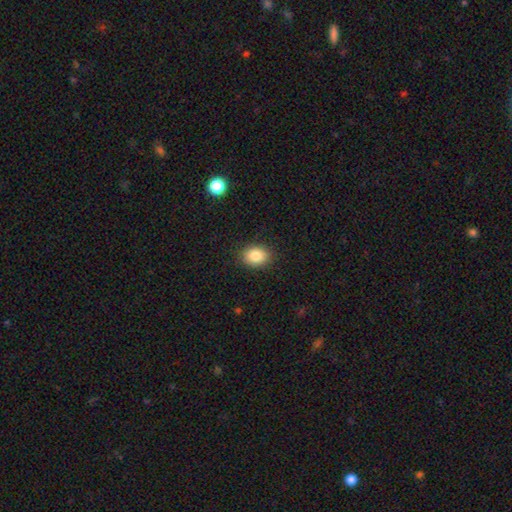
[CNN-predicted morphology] Q: Smooth or featured?
A: smooth (84%); runner-up: star or artifact (9%)
Q: How rounded?
A: in between (62%); runner-up: round (37%)
Q: Merging?
A: none (88%); runner-up: minor disturbance (9%)